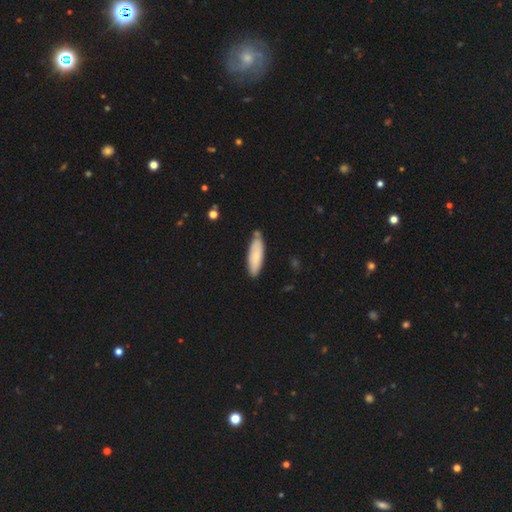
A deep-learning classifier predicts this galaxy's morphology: Overall: smooth (76%). How rounded: cigar-shaped (51%; in between 47%). Merging: none (74%).